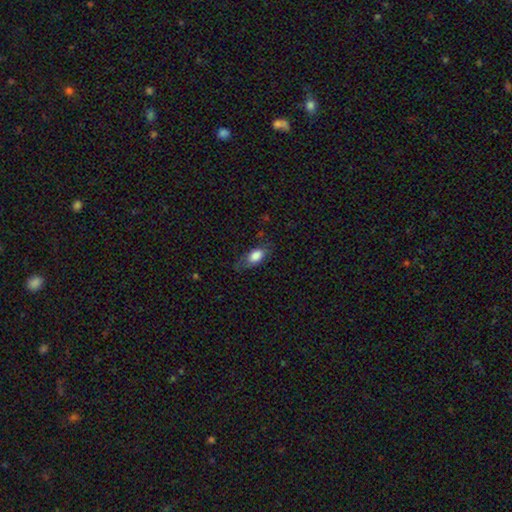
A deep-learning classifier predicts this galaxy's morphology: Smooth or featured?
  - smooth: 80% *
  - featured or disk: 12%
  - star or artifact: 8%
How rounded?
  - in between: 86% *
  - cigar-shaped: 9%
  - round: 6%
Merging?
  - none: 61% *
  - minor disturbance: 27%
  - major disturbance: 11%
  - merger: 1%